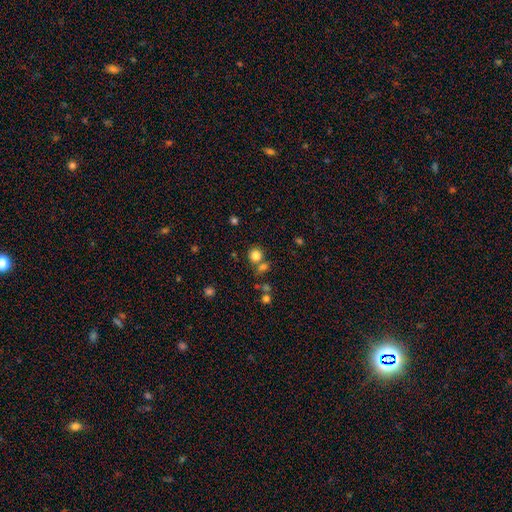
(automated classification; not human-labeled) Q: Smooth or featured?
A: smooth (80%); runner-up: star or artifact (13%)
Q: How rounded?
A: round (88%); runner-up: in between (11%)
Q: Merging?
A: none (65%); runner-up: merger (22%)